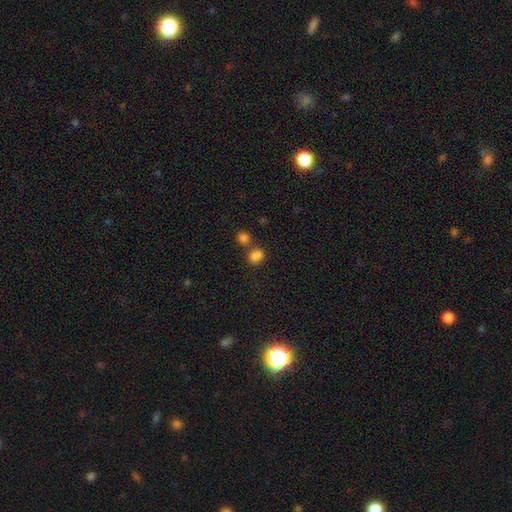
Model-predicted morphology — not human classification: Smooth or featured?
  - smooth: 81% *
  - star or artifact: 13%
  - featured or disk: 6%
How rounded?
  - in between: 52% *
  - round: 46%
  - cigar-shaped: 1%
Merging?
  - none: 52% *
  - merger: 33%
  - minor disturbance: 11%
  - major disturbance: 4%